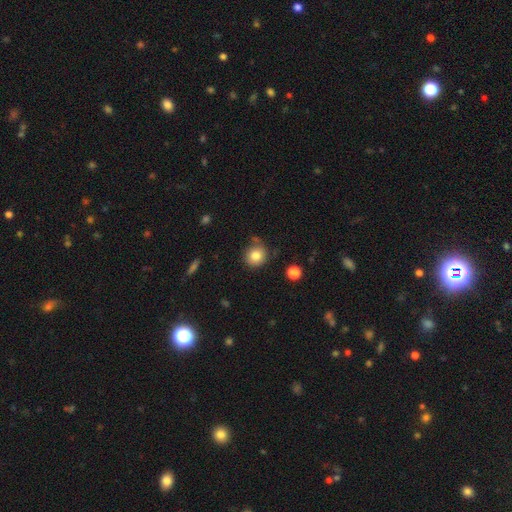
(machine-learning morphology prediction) This is clearly a smooth galaxy (82%). How rounded: clearly round (89%). Merging: likely none (76%).